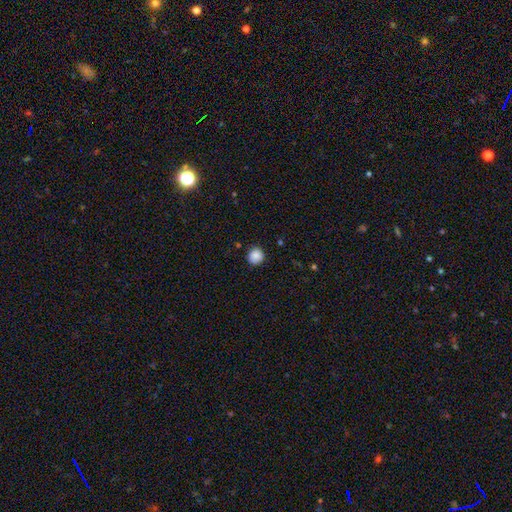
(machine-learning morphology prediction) type=smooth (86%); roundness=round (92%); merging=none (87%).